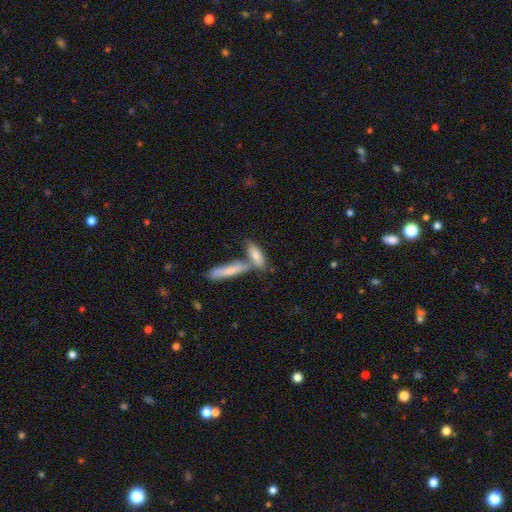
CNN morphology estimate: A smooth galaxy with no disk features (73%) that is cigar-shaped (50%). Merging: none (44%).